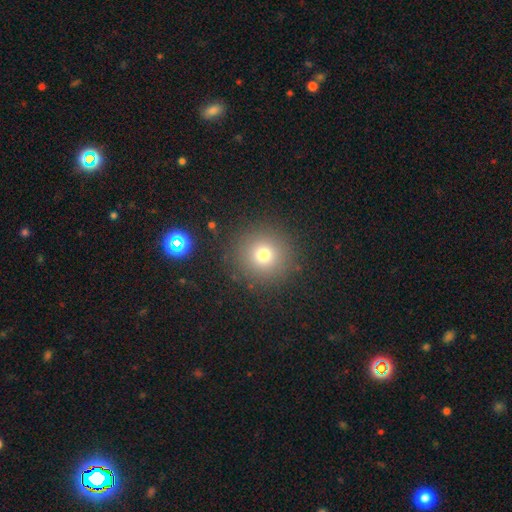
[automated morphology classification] type=smooth (73%); roundness=round (95%); merging=none (90%).